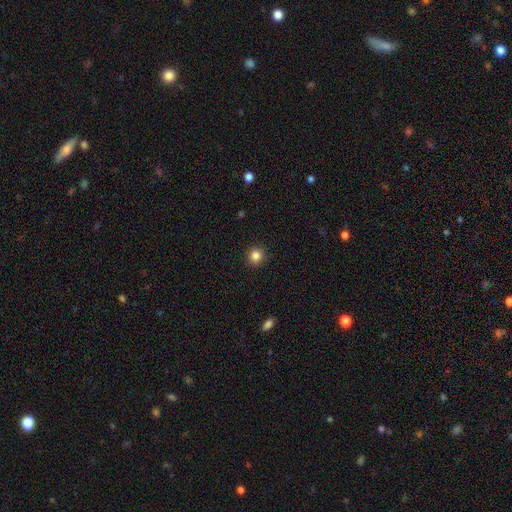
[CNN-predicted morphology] type=smooth (84%); roundness=round (89%); merging=none (91%).